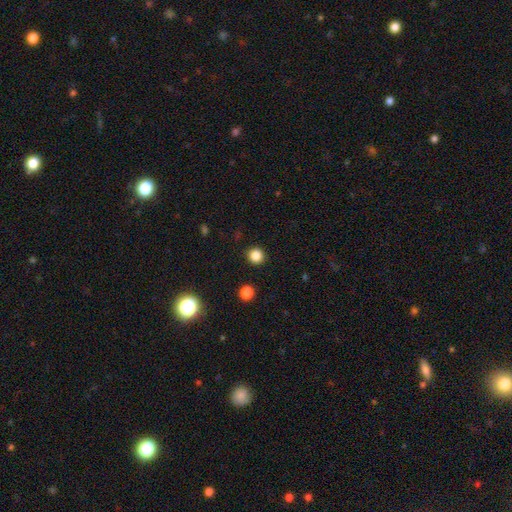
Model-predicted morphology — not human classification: A smooth galaxy with no disk features (84%) that is round (94%). Merging: none (92%).